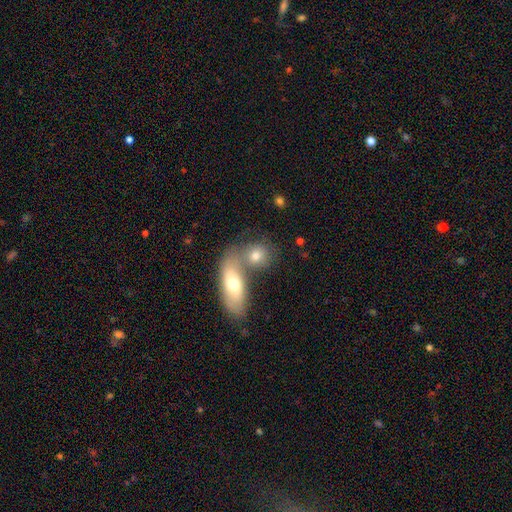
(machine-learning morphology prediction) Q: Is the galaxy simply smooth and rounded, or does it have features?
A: smooth — 73%.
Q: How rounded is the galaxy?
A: in between — 50%.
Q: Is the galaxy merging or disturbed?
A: merger — 52%.